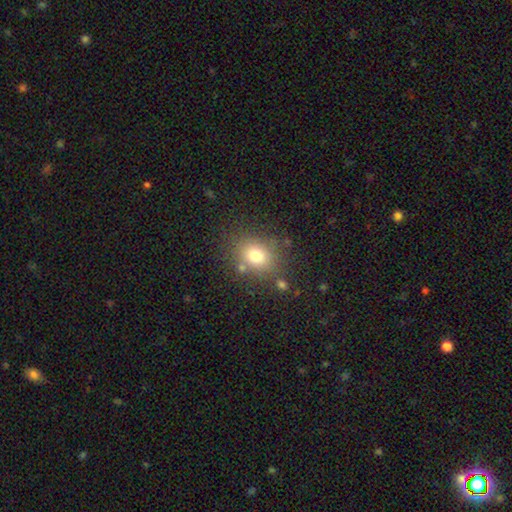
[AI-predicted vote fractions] smooth-or-featured: smooth: 75% | star or artifact: 14% | featured or disk: 11%
  how-rounded: round: 57% | in between: 42% | cigar-shaped: 1%
  merging: none: 77% | minor disturbance: 12% | merger: 6% | major disturbance: 5%